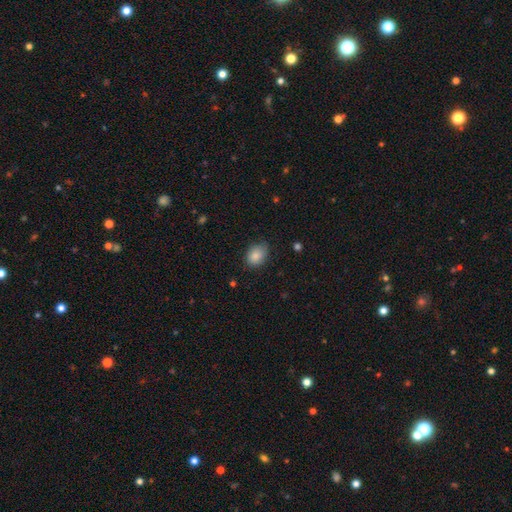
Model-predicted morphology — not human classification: Smooth or featured?
  - smooth: 86% *
  - star or artifact: 8%
  - featured or disk: 6%
How rounded?
  - in between: 64% *
  - round: 35%
  - cigar-shaped: 1%
Merging?
  - none: 73% *
  - minor disturbance: 22%
  - major disturbance: 4%
  - merger: 1%